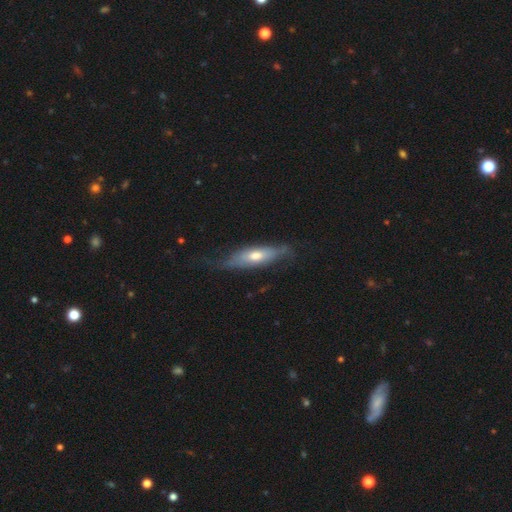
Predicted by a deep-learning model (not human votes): Smooth or featured? Predicted: smooth (p=0.48). Merging? Predicted: none (p=0.55).